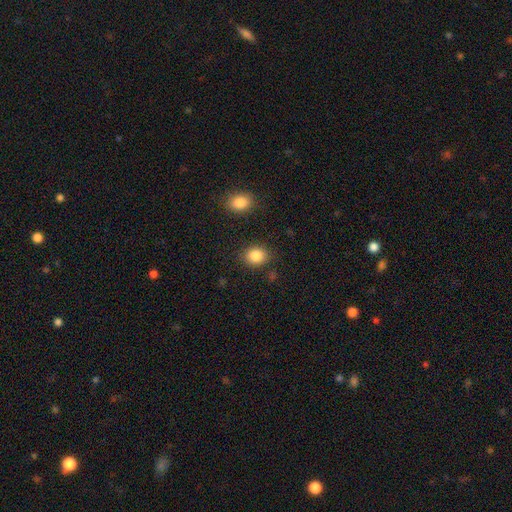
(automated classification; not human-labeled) Smooth or featured?
  - smooth: 86% *
  - star or artifact: 9%
  - featured or disk: 5%
How rounded?
  - round: 58% *
  - in between: 42%
  - cigar-shaped: 1%
Merging?
  - none: 86% *
  - minor disturbance: 9%
  - major disturbance: 3%
  - merger: 3%